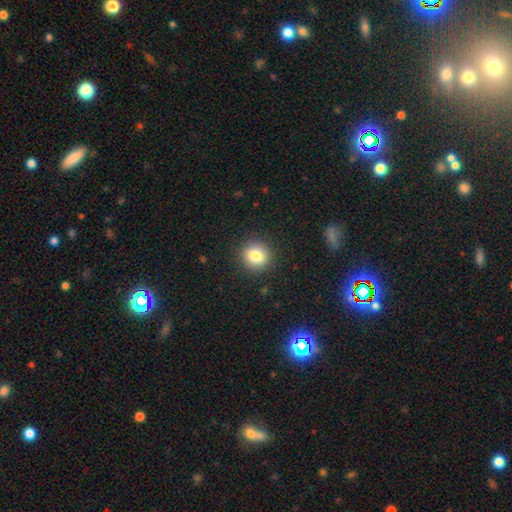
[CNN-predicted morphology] Smooth or featured?
  - smooth: 82% *
  - star or artifact: 10%
  - featured or disk: 7%
How rounded?
  - round: 87% *
  - in between: 12%
  - cigar-shaped: 1%
Merging?
  - none: 91% *
  - minor disturbance: 6%
  - major disturbance: 2%
  - merger: 1%